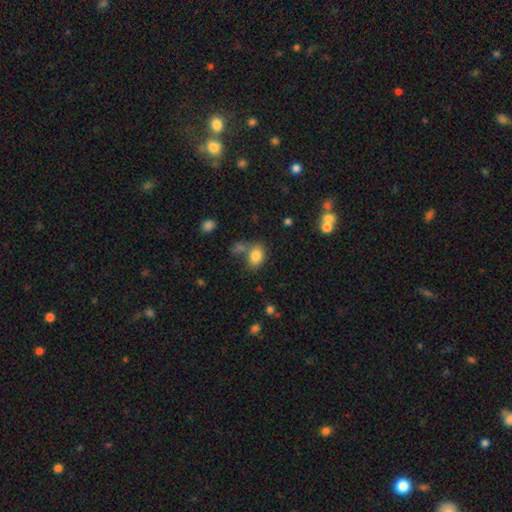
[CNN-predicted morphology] Smooth or featured? Predicted: smooth (p=0.82). How rounded? Predicted: in between (p=0.71). Merging? Predicted: none (p=0.57).